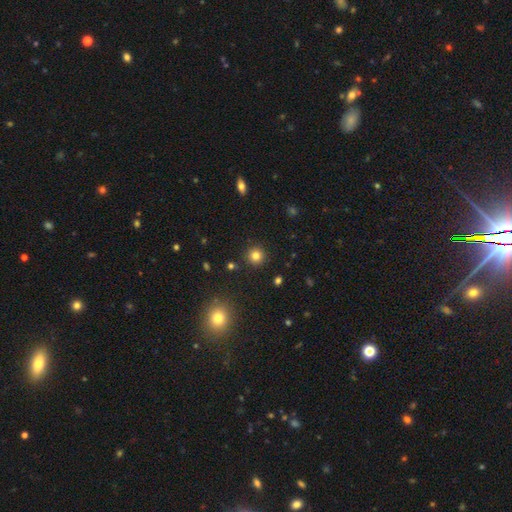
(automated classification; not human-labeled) A smooth galaxy with no disk features (80%) that is round (94%). Merging: none (91%).